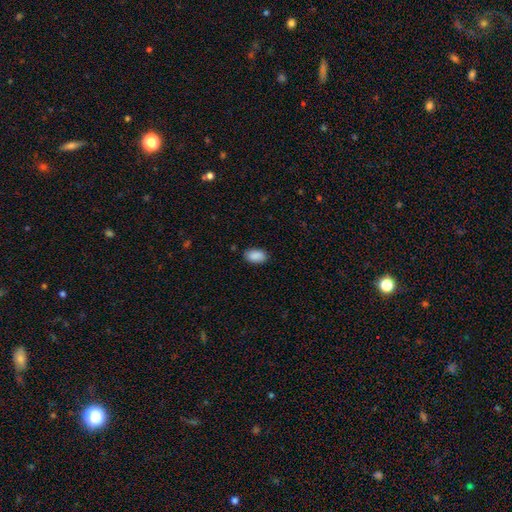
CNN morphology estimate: type=smooth (90%); roundness=in between (93%); merging=none (87%).